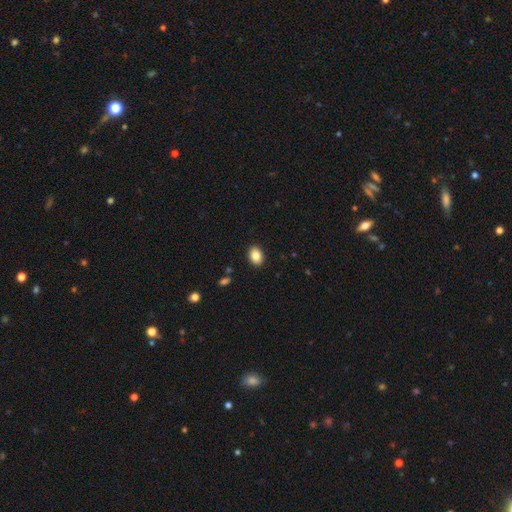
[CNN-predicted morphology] Smooth or featured?
  - smooth: 86% *
  - star or artifact: 8%
  - featured or disk: 6%
How rounded?
  - in between: 73% *
  - round: 26%
  - cigar-shaped: 1%
Merging?
  - none: 90% *
  - minor disturbance: 7%
  - major disturbance: 2%
  - merger: 1%